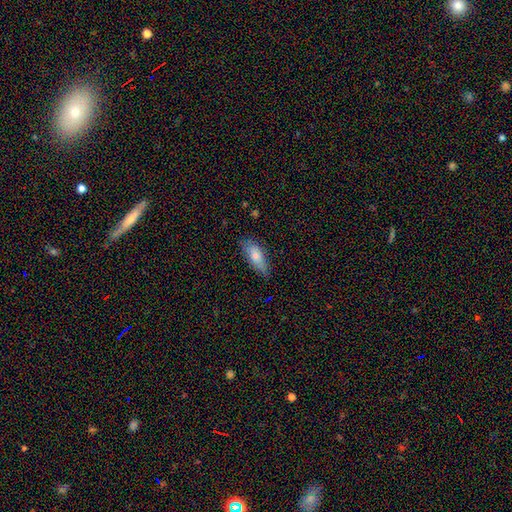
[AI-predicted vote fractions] Smooth or featured: smooth — 73% (featured or disk — 20%)
How rounded: in between — 71% (cigar-shaped — 26%)
Merging: none — 72% (minor disturbance — 23%)